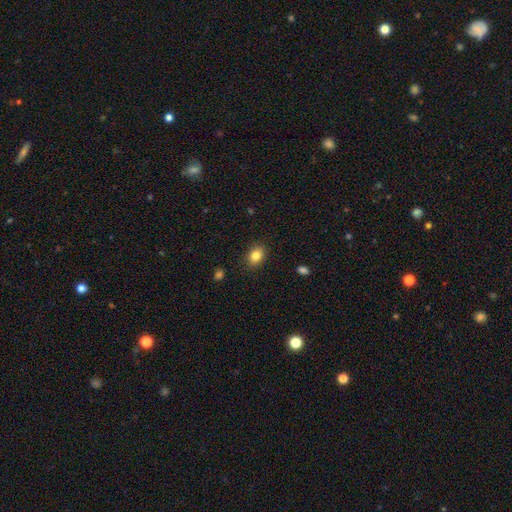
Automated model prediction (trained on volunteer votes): Smooth or featured?
  - smooth: 84% *
  - star or artifact: 9%
  - featured or disk: 7%
How rounded?
  - in between: 71% *
  - round: 28%
  - cigar-shaped: 1%
Merging?
  - none: 87% *
  - minor disturbance: 9%
  - major disturbance: 2%
  - merger: 1%